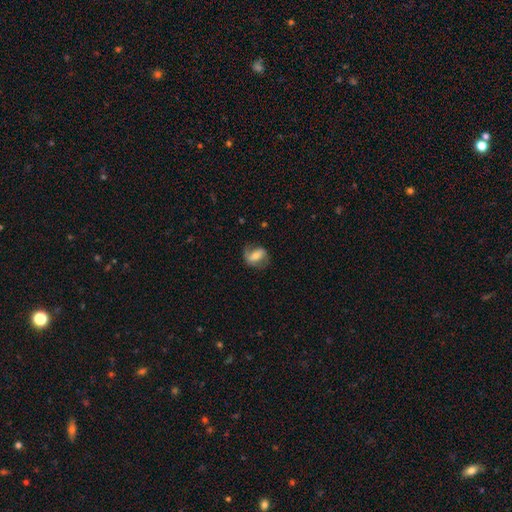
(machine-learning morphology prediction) A featured or disk galaxy (53%). Merging: none (64%).